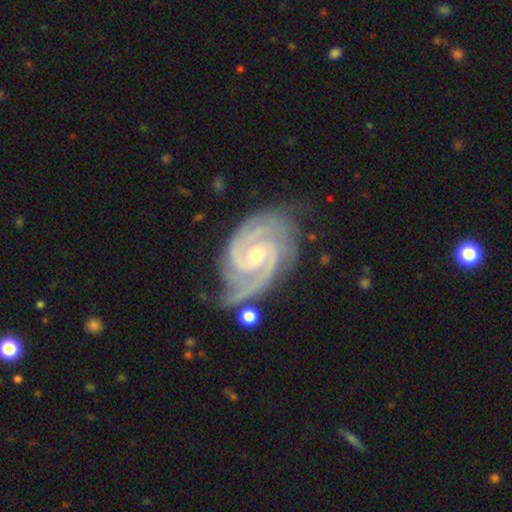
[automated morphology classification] The model was most divided on "bar": no: 46%, weak: 41%, strong: 12%. More confident: spiral arms — yes (99%); edge-on disk — no (98%); smooth or featured — featured or disk (94%); merging — none (69%); spiral winding — tight (67%); bulge size — small (59%); spiral arm count — 2 (56%).